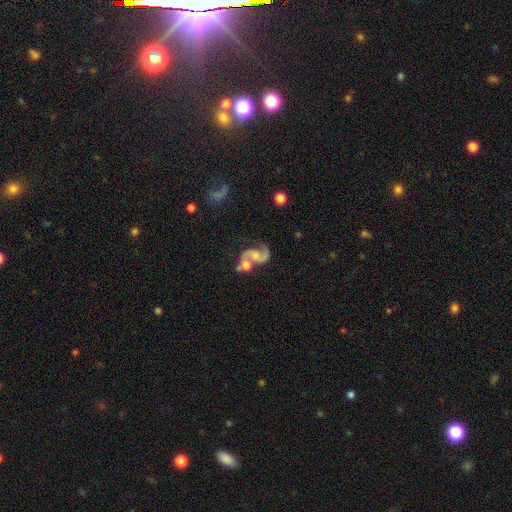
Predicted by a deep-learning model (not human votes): Morphology: type=featured or disk (85%); edge-on=no (98%); bar=no (56%); spiral arms=yes (95%); winding=medium (46%); arm count=2 (87%); bulge=moderate (42%); merging=merger (39%).